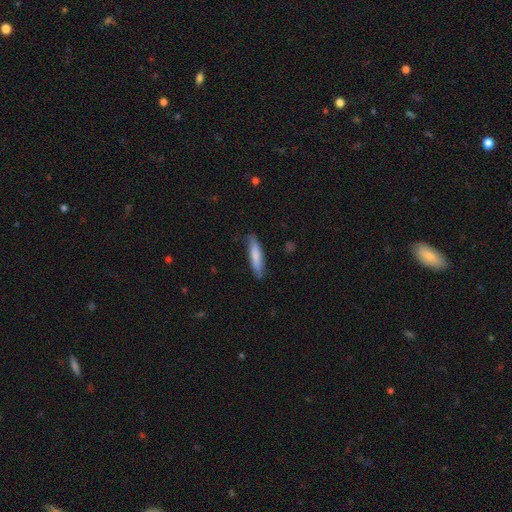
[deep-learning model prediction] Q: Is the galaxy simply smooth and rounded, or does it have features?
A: smooth — 77%.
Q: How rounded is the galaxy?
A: cigar-shaped — 78%.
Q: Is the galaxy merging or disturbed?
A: none — 79%.